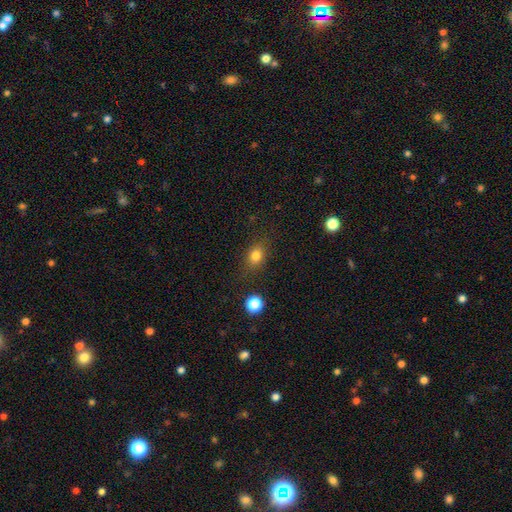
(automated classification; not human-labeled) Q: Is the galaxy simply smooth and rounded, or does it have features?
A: smooth — 80%.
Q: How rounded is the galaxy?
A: in between — 55%.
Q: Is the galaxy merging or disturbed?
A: none — 81%.